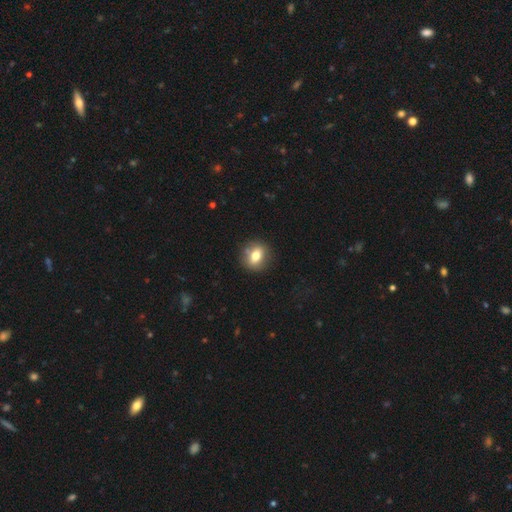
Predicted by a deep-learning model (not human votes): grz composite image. It shows a smooth galaxy with no disk features (72%) that is round (63%). Merging: none (82%).